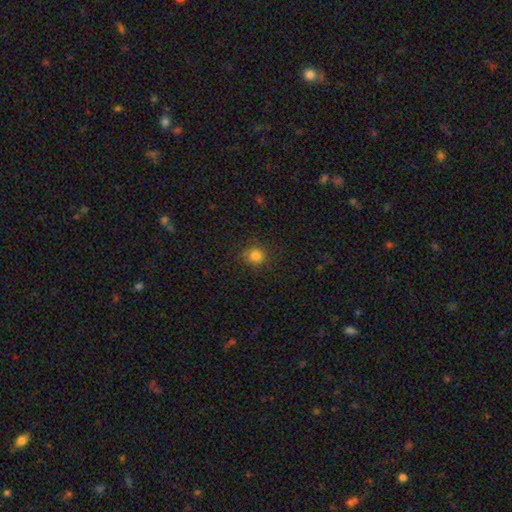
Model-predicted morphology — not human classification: A smooth galaxy with no disk features (81%) that is round (88%).

Vote fractions:
- Smooth or featured? smooth: 81% / star or artifact: 14% / featured or disk: 5%
- How rounded? round: 88% / in between: 11% / cigar-shaped: 1%
- Merging? none: 88% / minor disturbance: 8% / major disturbance: 3% / merger: 1%